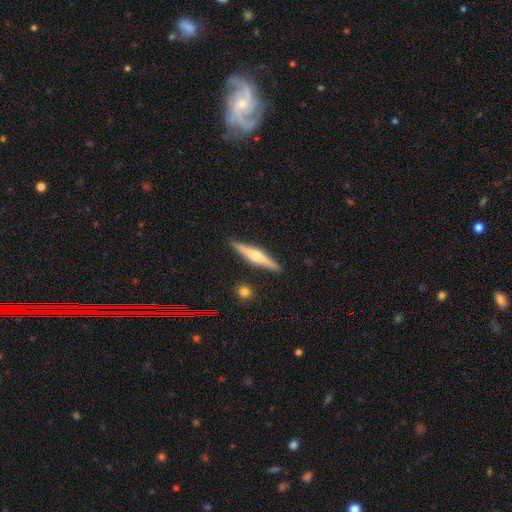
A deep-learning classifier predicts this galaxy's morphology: Smooth or featured: featured or disk — 64% (smooth — 31%)
Edge-on disk: yes — 97% (no — 3%)
Edge-on bulge: rounded — 84% (boxy — 10%)
Merging: none — 90% (minor disturbance — 7%)